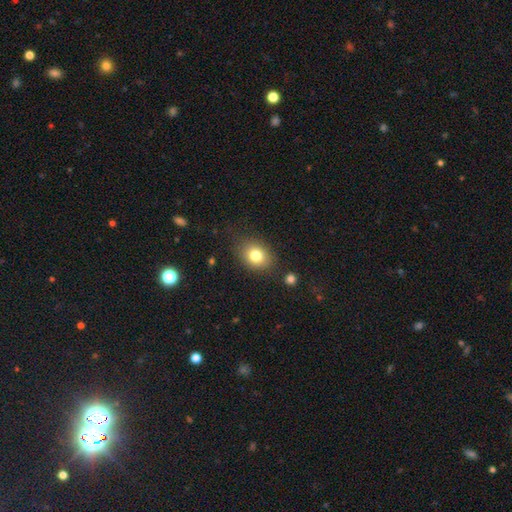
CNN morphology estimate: A smooth galaxy with no disk features (79%) that is in between round and cigar-shaped (54%). Merging: none (81%).